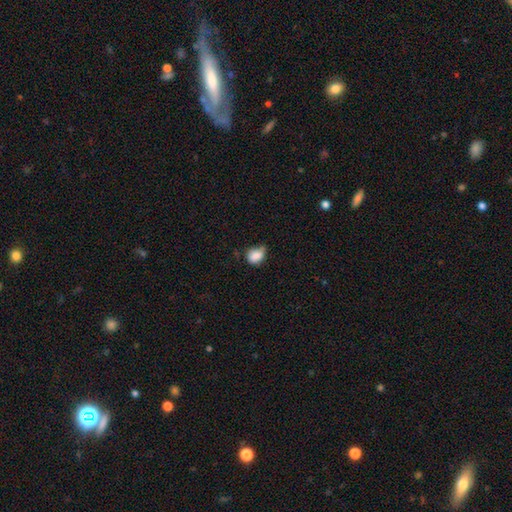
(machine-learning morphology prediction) Smooth or featured? smooth (84%)
How rounded? in between (59%)
Merging? minor disturbance (45%)